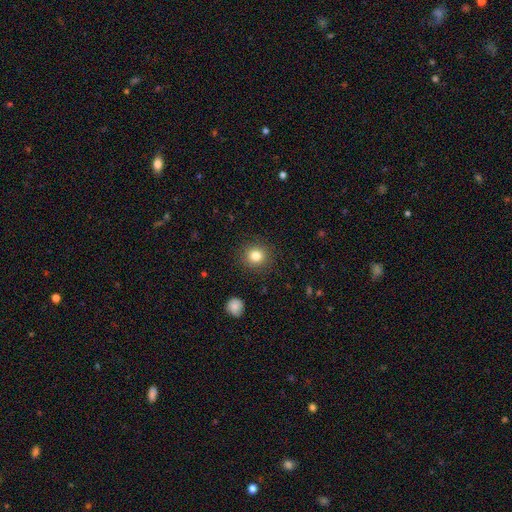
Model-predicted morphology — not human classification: Smooth or featured?
  - smooth: 82% *
  - star or artifact: 11%
  - featured or disk: 6%
How rounded?
  - round: 89% *
  - in between: 10%
  - cigar-shaped: 1%
Merging?
  - none: 89% *
  - minor disturbance: 7%
  - major disturbance: 3%
  - merger: 1%